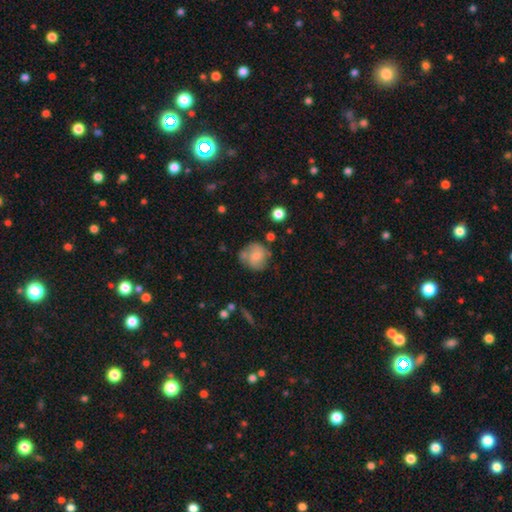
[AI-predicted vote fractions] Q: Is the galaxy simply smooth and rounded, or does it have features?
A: smooth — 59%.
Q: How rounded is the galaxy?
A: round — 83%.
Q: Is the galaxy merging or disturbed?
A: none — 56%.